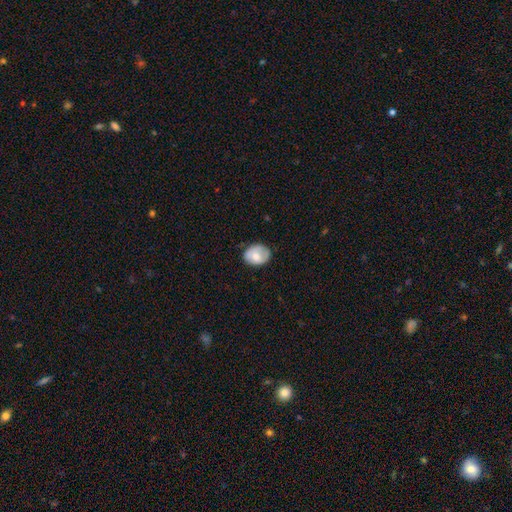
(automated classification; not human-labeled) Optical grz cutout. It shows a smooth galaxy with no disk features (69%) that is in between round and cigar-shaped (55%). Merging: none (68%).